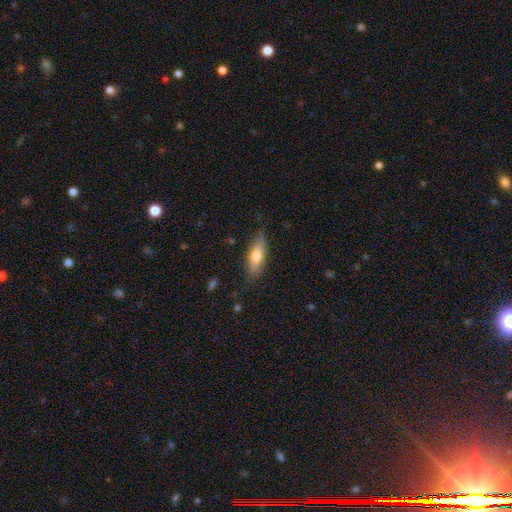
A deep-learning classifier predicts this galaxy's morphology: smooth 63%, featured or disk 31%, star or artifact 6%. Down the decision tree: how rounded — in between (54%); merging — none (81%).